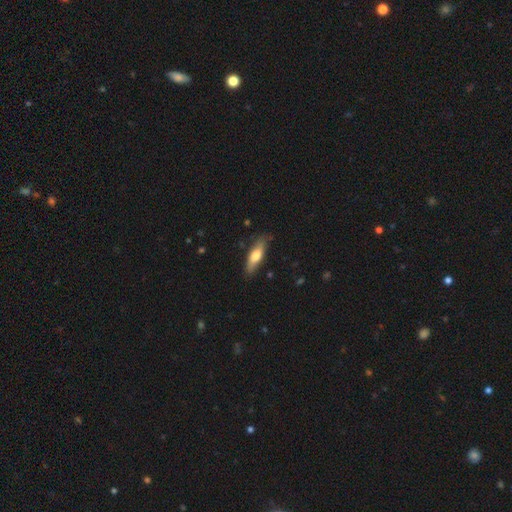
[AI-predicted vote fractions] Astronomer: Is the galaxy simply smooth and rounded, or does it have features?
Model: smooth — 64%.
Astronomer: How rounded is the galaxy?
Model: cigar-shaped — 50% (runner-up: in between, 48%).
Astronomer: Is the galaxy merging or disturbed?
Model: none — 82%.